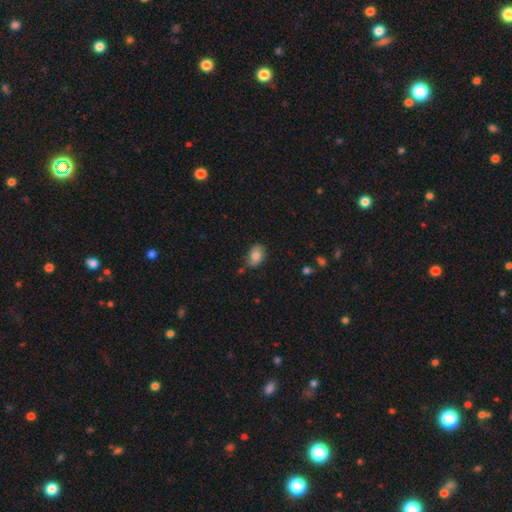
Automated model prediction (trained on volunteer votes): Smooth or featured?
  - smooth: 71% *
  - featured or disk: 21%
  - star or artifact: 8%
How rounded?
  - in between: 74% *
  - round: 24%
  - cigar-shaped: 1%
Merging?
  - none: 67% *
  - minor disturbance: 25%
  - major disturbance: 5%
  - merger: 3%